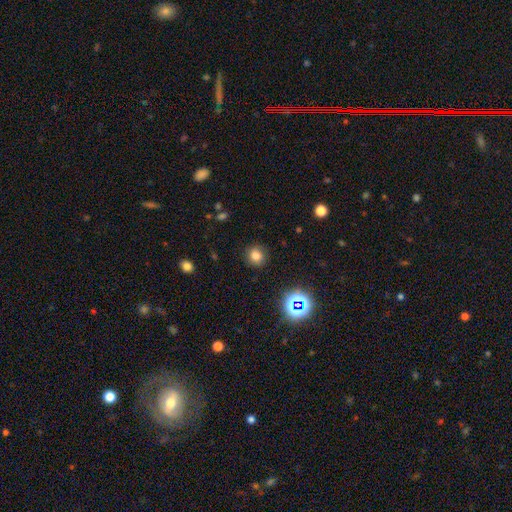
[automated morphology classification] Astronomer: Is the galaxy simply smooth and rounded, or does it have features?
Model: smooth — 76%.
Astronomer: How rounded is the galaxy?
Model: round — 84%.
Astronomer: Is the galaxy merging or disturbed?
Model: none — 87%.